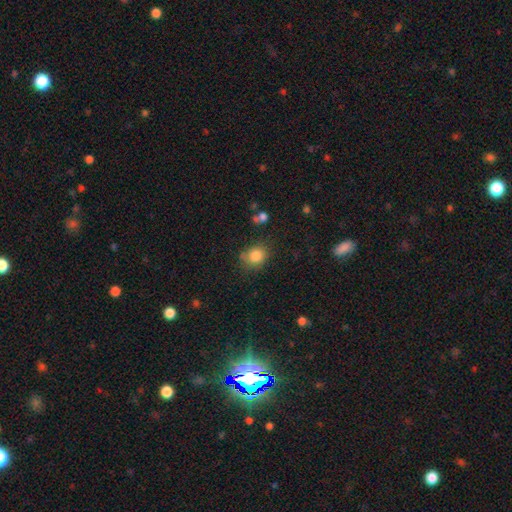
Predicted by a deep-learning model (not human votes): Smooth or featured? smooth (83%)
How rounded? round (62%)
Merging? none (69%)